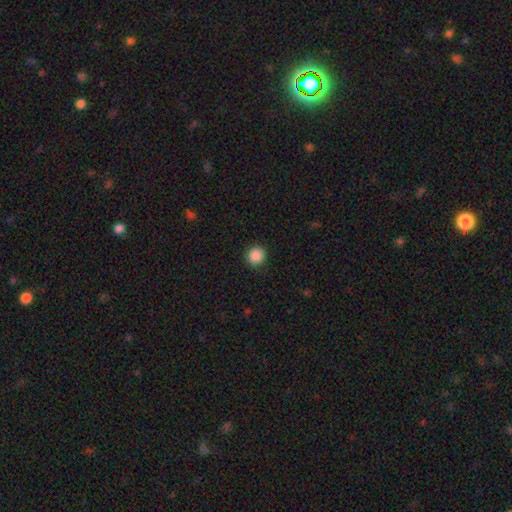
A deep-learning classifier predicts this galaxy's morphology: Q: Smooth or featured?
A: smooth (88%); runner-up: star or artifact (9%)
Q: How rounded?
A: round (94%); runner-up: in between (5%)
Q: Merging?
A: none (92%); runner-up: minor disturbance (5%)